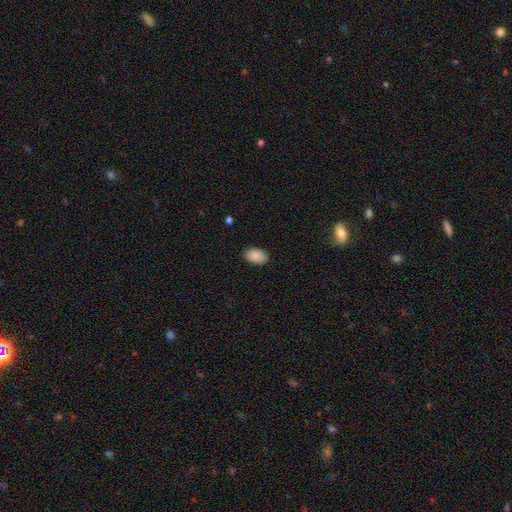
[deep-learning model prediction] This is clearly a smooth galaxy (89%). How rounded: clearly in between (92%). Merging: clearly none (89%).